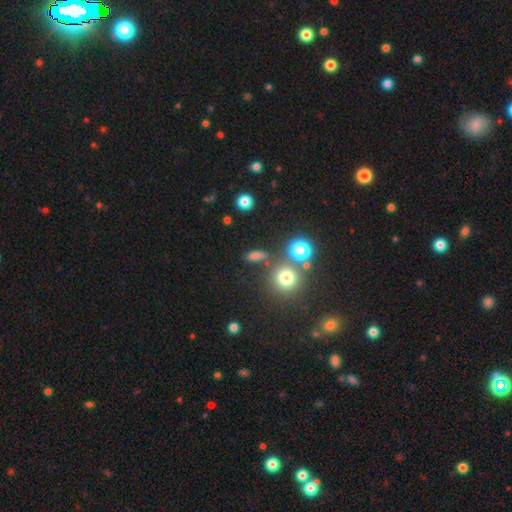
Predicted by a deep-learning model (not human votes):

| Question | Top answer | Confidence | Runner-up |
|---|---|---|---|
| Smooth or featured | smooth | 66% | star or artifact (22%) |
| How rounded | in between | 42% | round (31%) |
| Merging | none | 79% | minor disturbance (10%) |